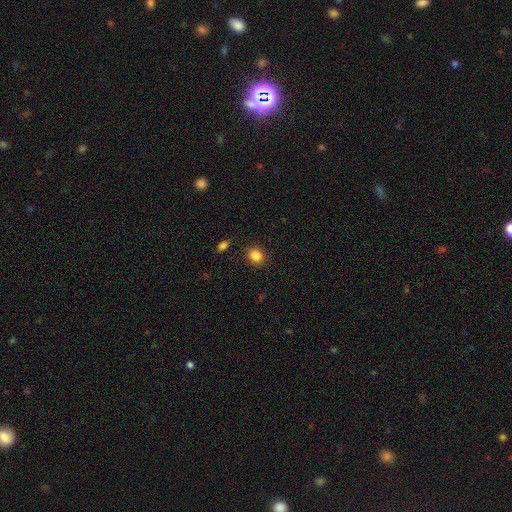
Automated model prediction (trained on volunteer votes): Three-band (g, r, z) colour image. It shows a smooth galaxy with no disk features (85%) that is round (73%). Merging: none (87%).